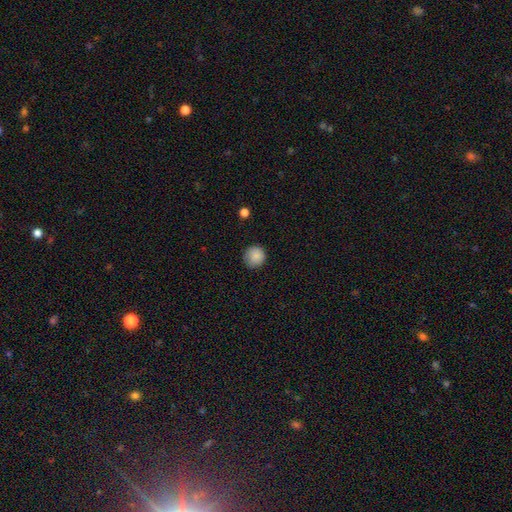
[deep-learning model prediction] Smooth or featured? smooth (87%)
How rounded? round (94%)
Merging? none (87%)